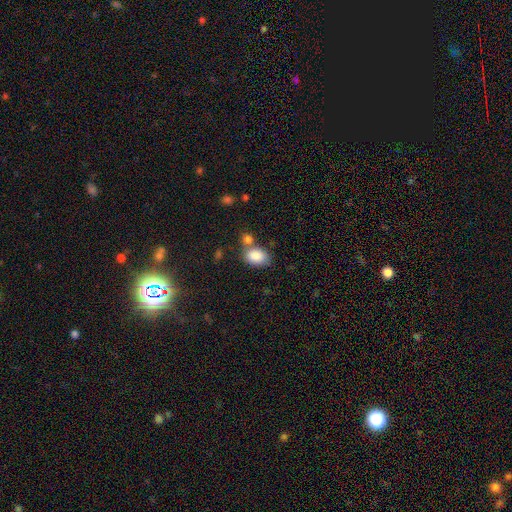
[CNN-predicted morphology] Smooth or featured? smooth (87%)
How rounded? in between (83%)
Merging? none (53%)